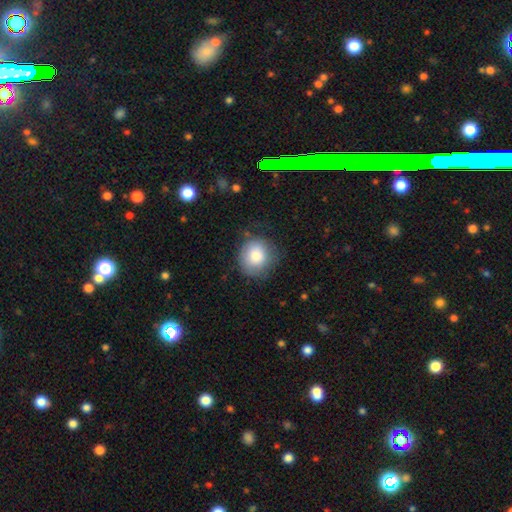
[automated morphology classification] Overall: smooth (82%). How rounded: round (85%). Merging: none (69%).